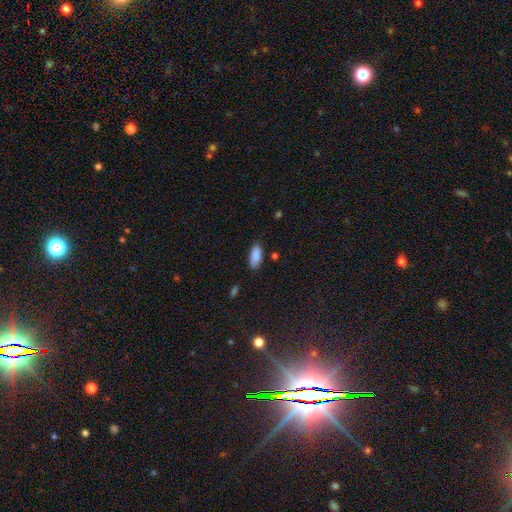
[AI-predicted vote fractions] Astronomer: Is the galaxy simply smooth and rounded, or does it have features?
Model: smooth — 86%.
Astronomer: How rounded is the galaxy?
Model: in between — 81%.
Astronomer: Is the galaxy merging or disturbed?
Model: none — 82%.